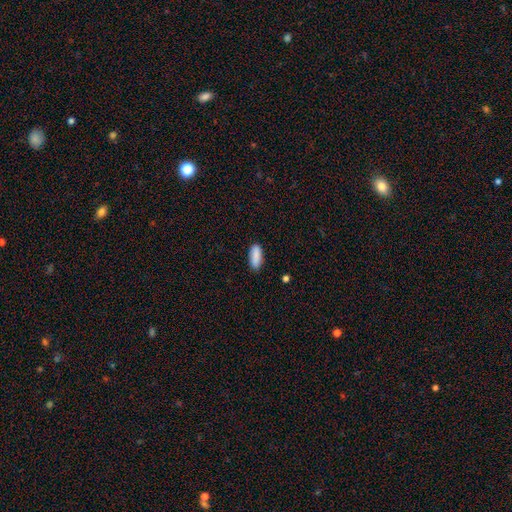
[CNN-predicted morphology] Q: Smooth or featured?
A: smooth (89%); runner-up: star or artifact (7%)
Q: How rounded?
A: in between (74%); runner-up: cigar-shaped (24%)
Q: Merging?
A: none (85%); runner-up: minor disturbance (11%)